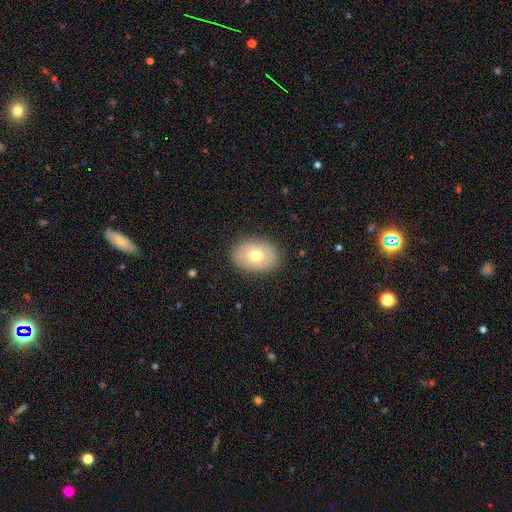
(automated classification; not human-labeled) Q: Smooth or featured?
A: smooth (67%); runner-up: featured or disk (26%)
Q: How rounded?
A: in between (72%); runner-up: round (27%)
Q: Merging?
A: none (87%); runner-up: minor disturbance (9%)